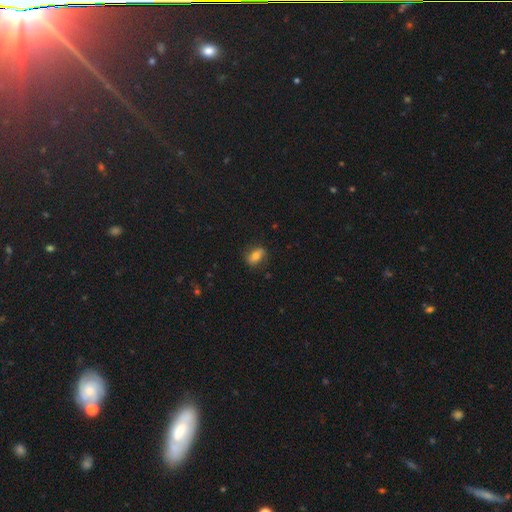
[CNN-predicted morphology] A smooth galaxy with no disk features (60%) that is in between round and cigar-shaped (73%). Merging: none (80%).